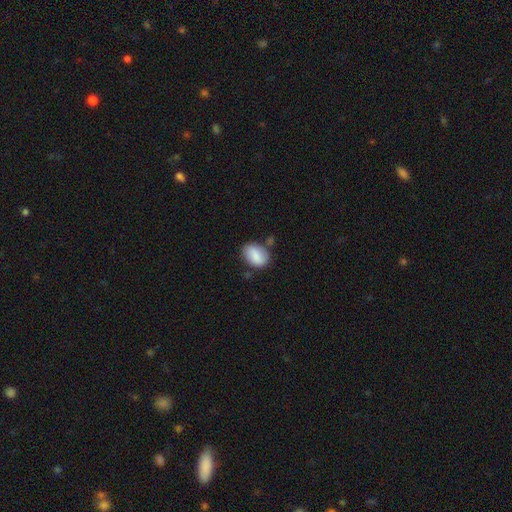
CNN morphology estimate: smooth-or-featured: smooth: 81% | featured or disk: 12% | star or artifact: 7%
  how-rounded: in between: 79% | round: 20% | cigar-shaped: 1%
  merging: none: 63% | minor disturbance: 22% | merger: 8% | major disturbance: 6%